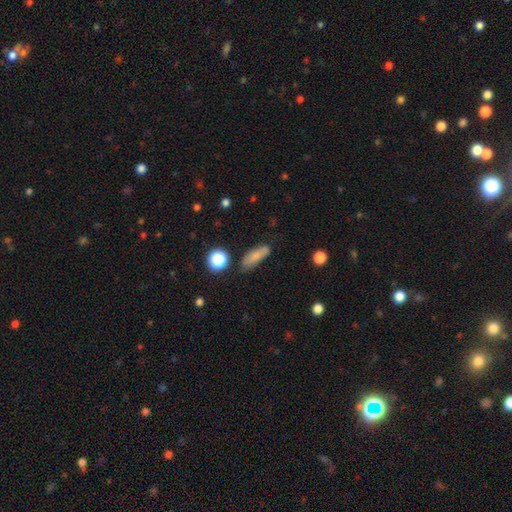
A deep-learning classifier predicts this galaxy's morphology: type=smooth (77%); roundness=in between (58%); merging=none (65%).